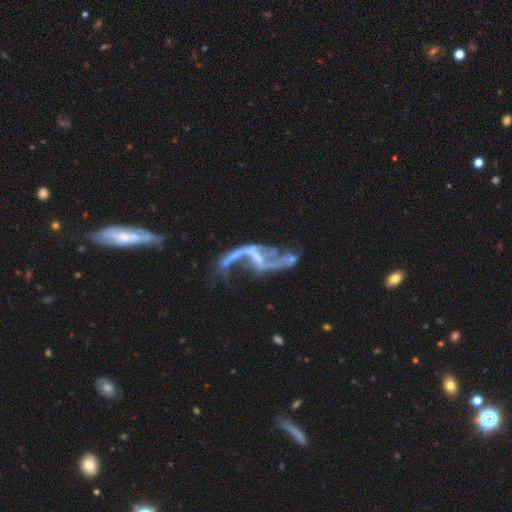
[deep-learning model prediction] featured or disk 85%, star or artifact 9%, smooth 6%. Down the decision tree: edge-on disk — no (95%); bar — weak (38%); spiral arms — yes (79%); spiral arm count — 2 (79%); spiral winding — loose (89%); bulge size — none (49%); merging — major disturbance (35%).